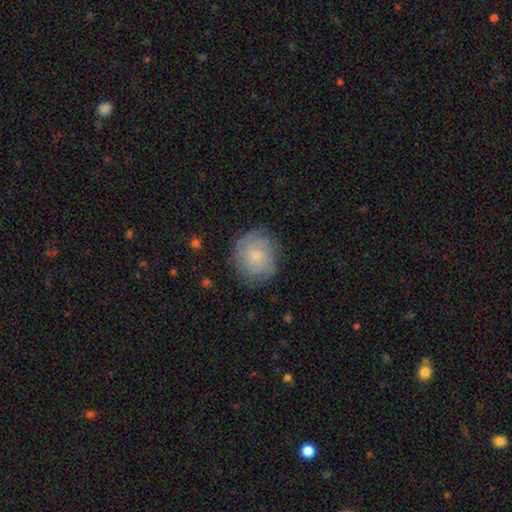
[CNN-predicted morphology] This is likely a smooth galaxy (64%). How rounded: likely round (79%). Merging: likely none (74%).